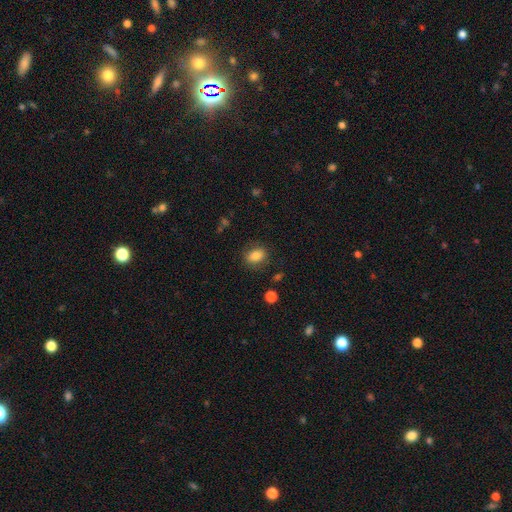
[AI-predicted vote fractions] Overall: smooth (83%). How rounded: in between (69%; round 30%). Merging: none (81%).